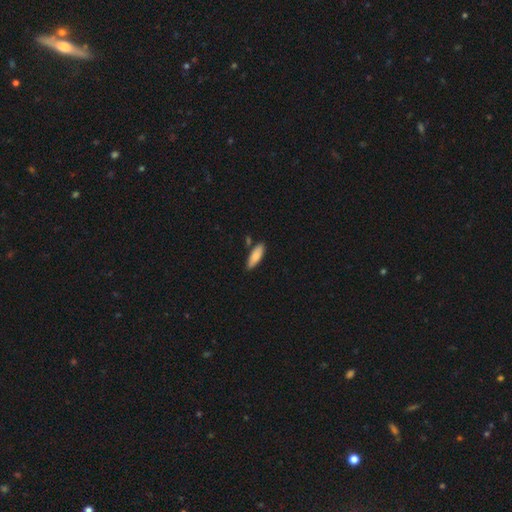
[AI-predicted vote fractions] Smooth or featured? smooth (84%)
How rounded? in between (58%)
Merging? none (80%)